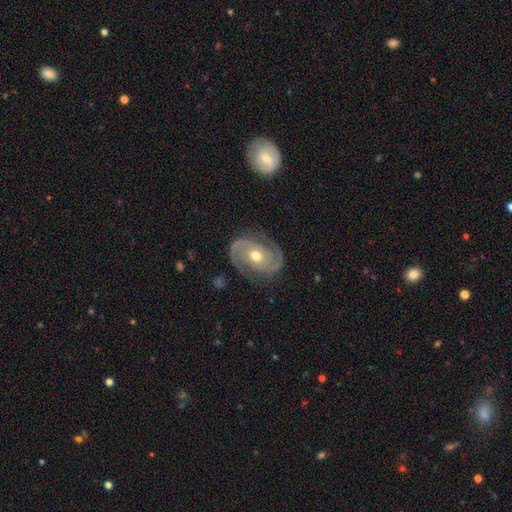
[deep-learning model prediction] Smooth or featured?
  - featured or disk: 90% *
  - smooth: 5%
  - star or artifact: 5%
Edge-on disk?
  - no: 97% *
  - yes: 3%
Bar?
  - no: 64% *
  - weak: 27%
  - strong: 9%
Spiral arms?
  - yes: 97% *
  - no: 3%
Spiral winding?
  - medium: 46% *
  - tight: 42%
  - loose: 12%
Spiral arm count?
  - 2: 92% *
  - can't tell: 3%
  - 3: 2%
  - 1: 1%
  - 4: 1%
  - more than 4: 1%
Bulge size?
  - moderate: 76% *
  - small: 19%
  - large: 4%
  - none: 1%
  - dominant: 1%
Merging?
  - none: 81% *
  - minor disturbance: 14%
  - major disturbance: 4%
  - merger: 1%